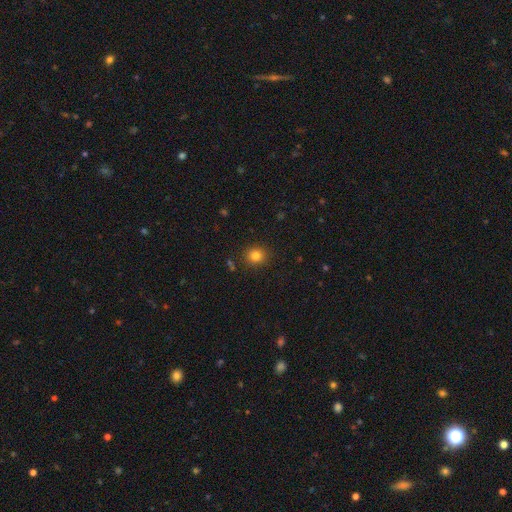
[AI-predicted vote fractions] smooth-or-featured: smooth: 81% | star or artifact: 13% | featured or disk: 6%
  how-rounded: round: 82% | in between: 17% | cigar-shaped: 1%
  merging: none: 89% | minor disturbance: 7% | major disturbance: 2% | merger: 2%